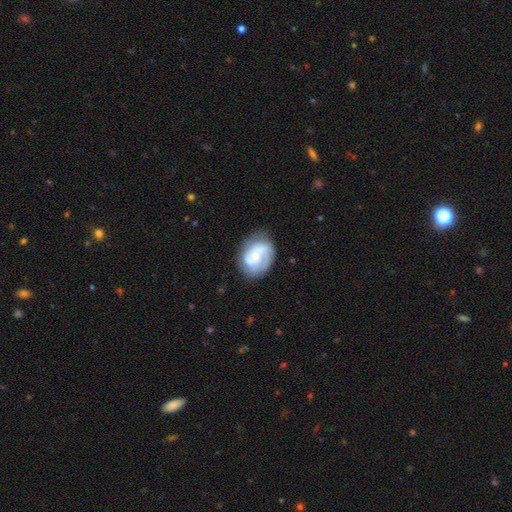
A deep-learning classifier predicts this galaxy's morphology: Overall: featured or disk (75%). Edge-on disk: no (98%). Bar: no (60%; weak 33%). Spiral arms: yes (93%). Spiral arm count: 2 (59%). Spiral winding: medium (45%; tight 38%). Bulge size: small (60%; moderate 31%). Merging: none (72%).